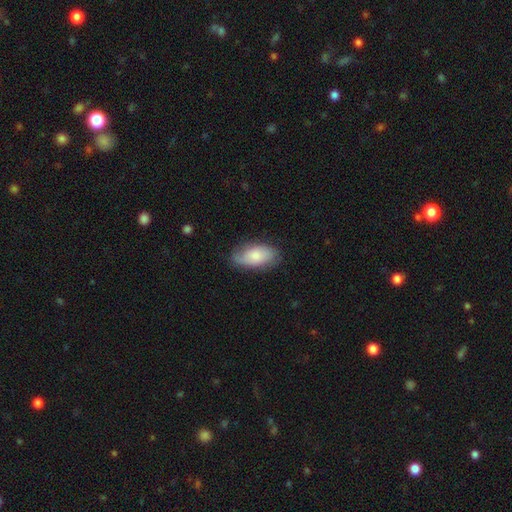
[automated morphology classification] Overall: smooth (59%; featured or disk 35%). How rounded: in between (93%). Merging: none (71%).